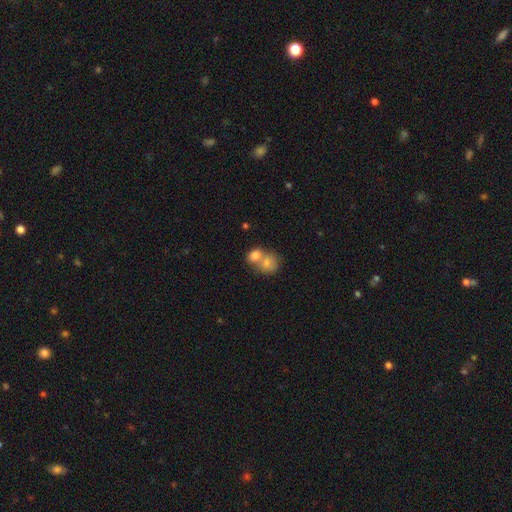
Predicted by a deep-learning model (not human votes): Q: Smooth or featured?
A: smooth (78%); runner-up: featured or disk (13%)
Q: How rounded?
A: round (51%); runner-up: in between (48%)
Q: Merging?
A: merger (68%); runner-up: none (23%)